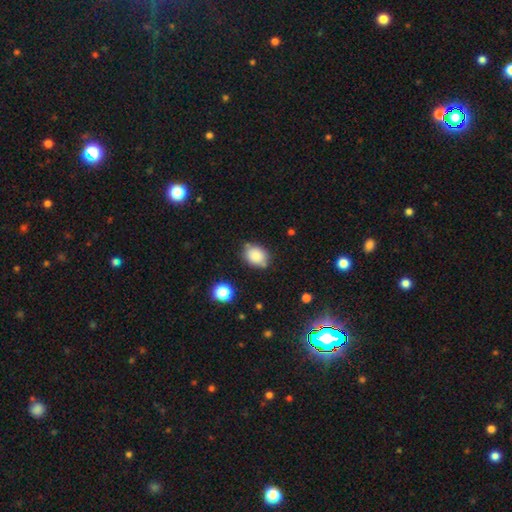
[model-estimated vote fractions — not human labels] This is clearly a smooth galaxy (85%). How rounded: likely in between (60%). Merging: likely none (74%).